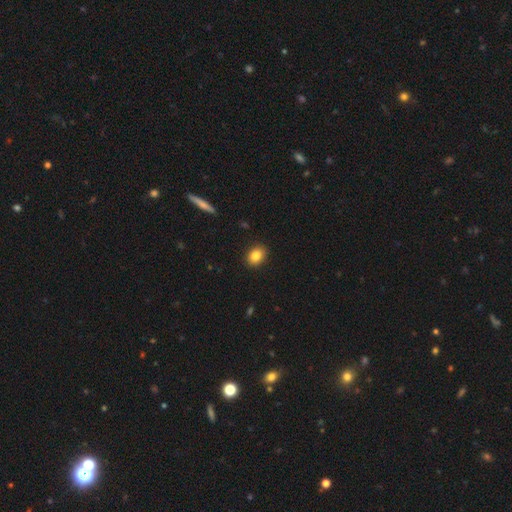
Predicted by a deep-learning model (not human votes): Smooth or featured: smooth — 85% (star or artifact — 9%)
How rounded: in between — 62% (round — 37%)
Merging: none — 90% (minor disturbance — 8%)